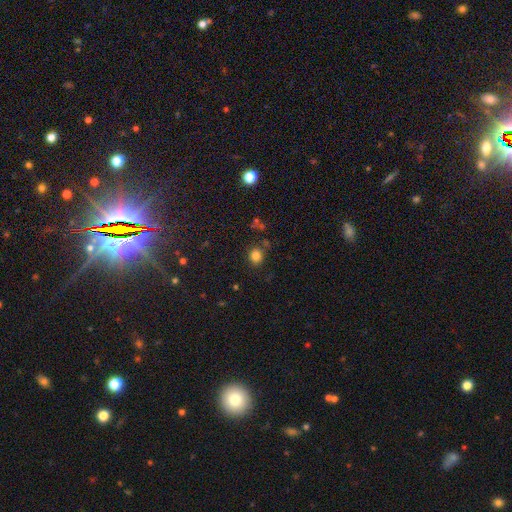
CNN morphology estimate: type=smooth (81%); roundness=round (75%); merging=none (81%).